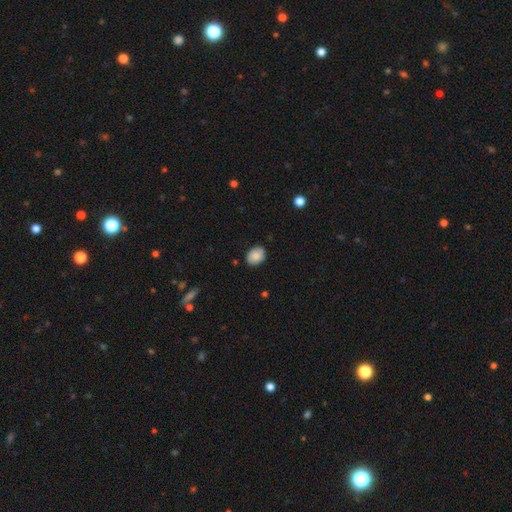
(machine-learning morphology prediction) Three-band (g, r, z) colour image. It shows a smooth galaxy with no disk features (83%) that is in between round and cigar-shaped (66%). Merging: none (84%).